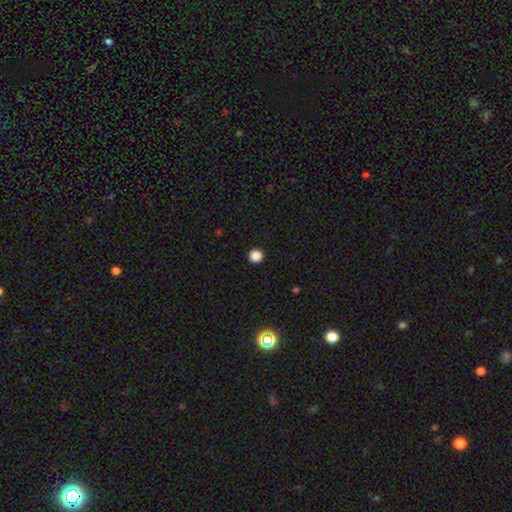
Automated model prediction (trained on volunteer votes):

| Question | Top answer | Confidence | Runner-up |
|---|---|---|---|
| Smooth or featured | smooth | 86% | star or artifact (12%) |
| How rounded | round | 96% | in between (3%) |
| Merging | none | 93% | minor disturbance (4%) |